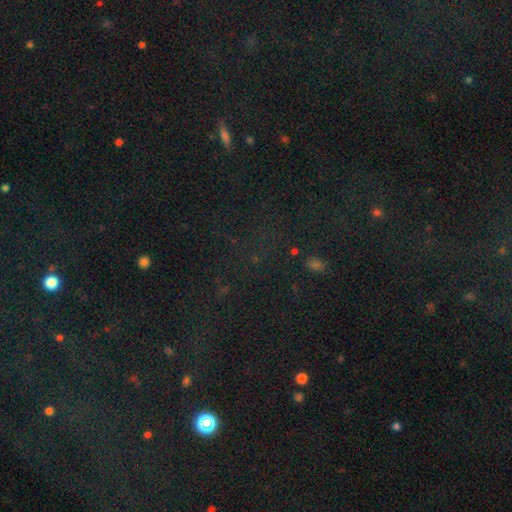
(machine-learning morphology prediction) This appears to be a star or artifact, not a galaxy (75%).